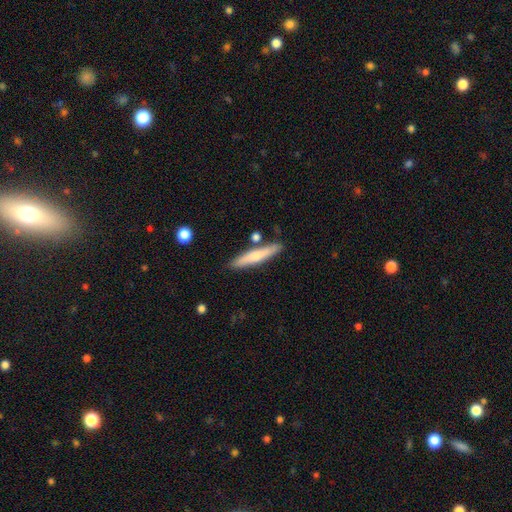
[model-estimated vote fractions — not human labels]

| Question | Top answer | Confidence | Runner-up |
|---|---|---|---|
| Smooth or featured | smooth | 63% | featured or disk (32%) |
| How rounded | cigar-shaped | 89% | in between (10%) |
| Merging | none | 80% | minor disturbance (11%) |